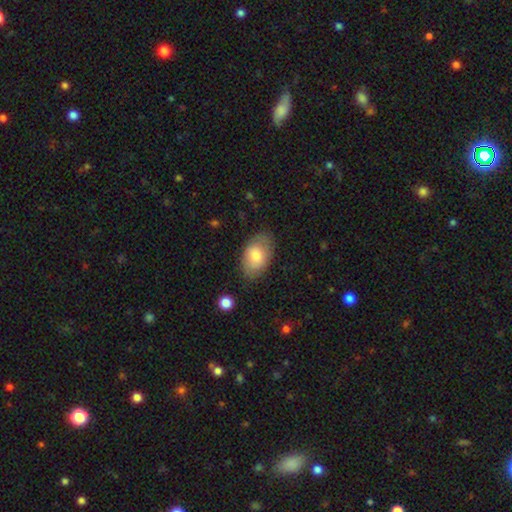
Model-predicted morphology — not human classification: Smooth or featured: smooth — 75% (featured or disk — 18%)
How rounded: in between — 91% (round — 7%)
Merging: none — 75% (minor disturbance — 19%)